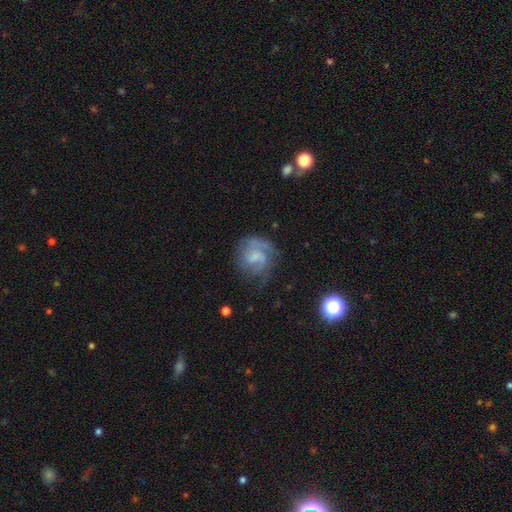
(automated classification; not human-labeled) Q: Smooth or featured?
A: featured or disk (67%); runner-up: smooth (24%)
Q: Edge-on disk?
A: no (98%); runner-up: yes (2%)
Q: Bar?
A: weak (47%); runner-up: no (43%)
Q: Spiral arms?
A: yes (88%); runner-up: no (12%)
Q: Spiral winding?
A: medium (43%); runner-up: tight (38%)
Q: Spiral arm count?
A: 2 (38%); runner-up: can't tell (25%)
Q: Bulge size?
A: none (35%); runner-up: small (32%)
Q: Merging?
A: none (58%); runner-up: minor disturbance (21%)